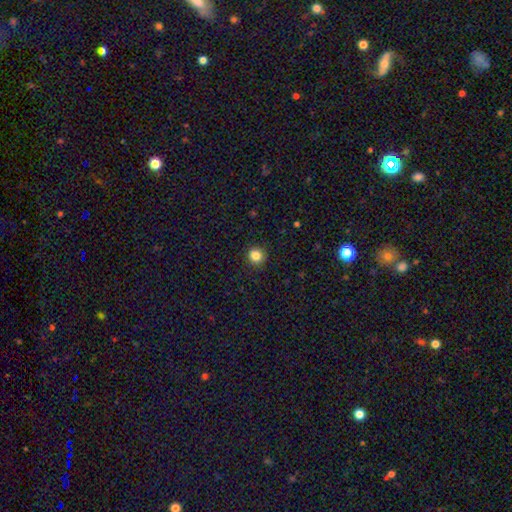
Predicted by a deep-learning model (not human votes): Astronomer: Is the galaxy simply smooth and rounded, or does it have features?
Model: smooth — 84%.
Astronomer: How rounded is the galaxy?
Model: round — 90%.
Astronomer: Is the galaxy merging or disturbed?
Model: none — 91%.